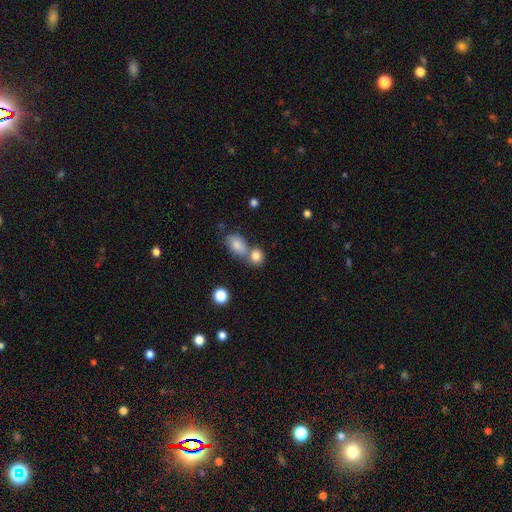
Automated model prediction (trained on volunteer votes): Smooth or featured? Predicted: smooth (p=0.82). How rounded? Predicted: round (p=0.60). Merging? Predicted: merger (p=0.44).